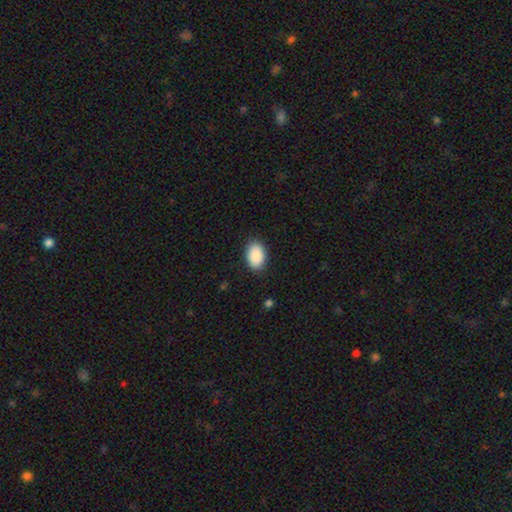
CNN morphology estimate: Q: Smooth or featured?
A: smooth (91%); runner-up: star or artifact (6%)
Q: How rounded?
A: in between (91%); runner-up: round (8%)
Q: Merging?
A: none (87%); runner-up: minor disturbance (9%)